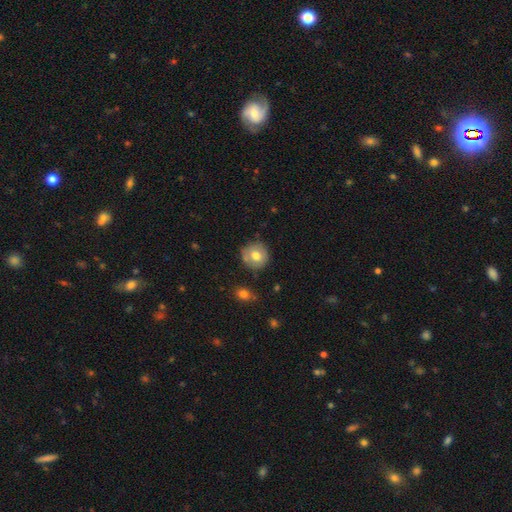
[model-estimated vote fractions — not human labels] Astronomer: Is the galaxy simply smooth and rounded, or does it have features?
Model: smooth — 70%.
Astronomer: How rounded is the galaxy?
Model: round — 92%.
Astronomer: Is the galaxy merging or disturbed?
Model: none — 79%.